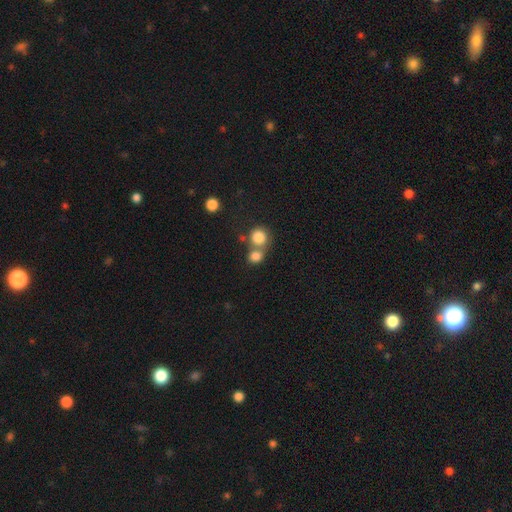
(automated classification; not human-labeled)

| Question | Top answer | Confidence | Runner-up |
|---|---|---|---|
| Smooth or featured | smooth | 81% | star or artifact (10%) |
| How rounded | round | 79% | in between (20%) |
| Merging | merger | 50% | none (39%) |